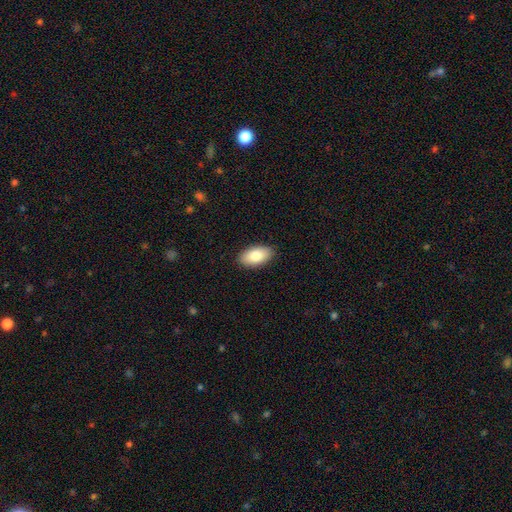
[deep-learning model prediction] A smooth galaxy with no disk features (84%) that is in between round and cigar-shaped (94%). Merging: none (89%).